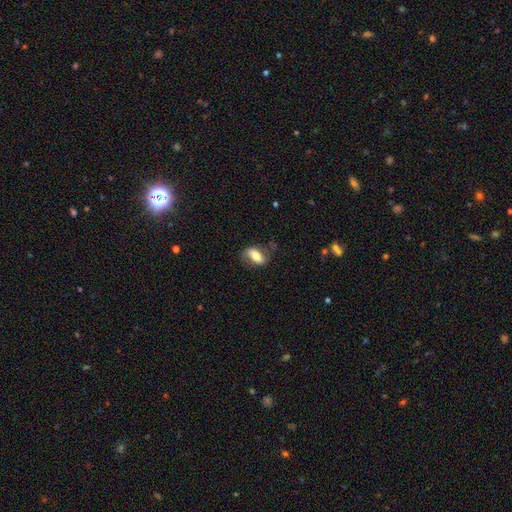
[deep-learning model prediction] smooth 49%, featured or disk 44%, star or artifact 7%. Down the decision tree: merging — none (60%).